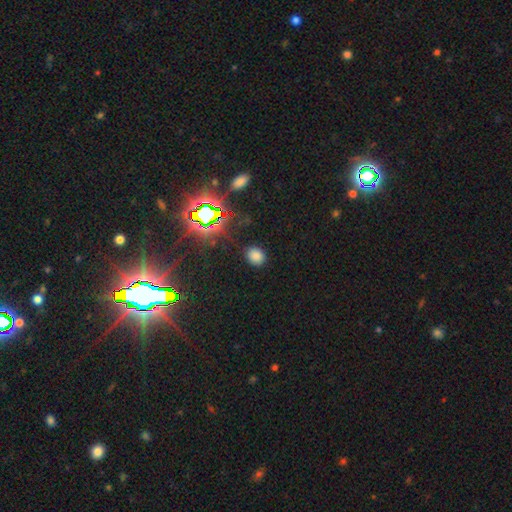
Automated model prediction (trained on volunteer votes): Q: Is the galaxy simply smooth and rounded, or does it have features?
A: smooth — 74%.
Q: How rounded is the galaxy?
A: round — 62%.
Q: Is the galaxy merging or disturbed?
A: none — 85%.